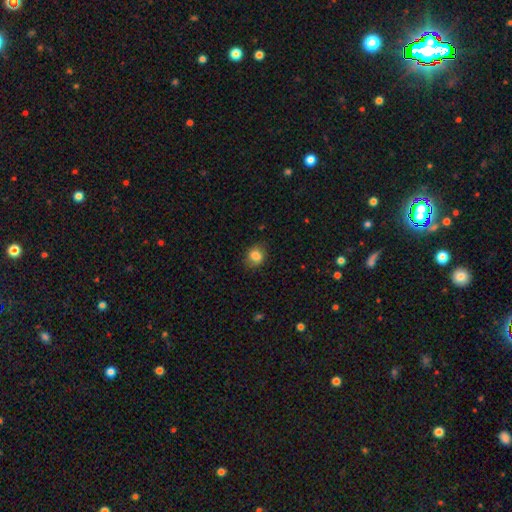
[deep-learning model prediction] Smooth or featured? Predicted: smooth (p=0.84). How rounded? Predicted: round (p=0.62). Merging? Predicted: none (p=0.82).